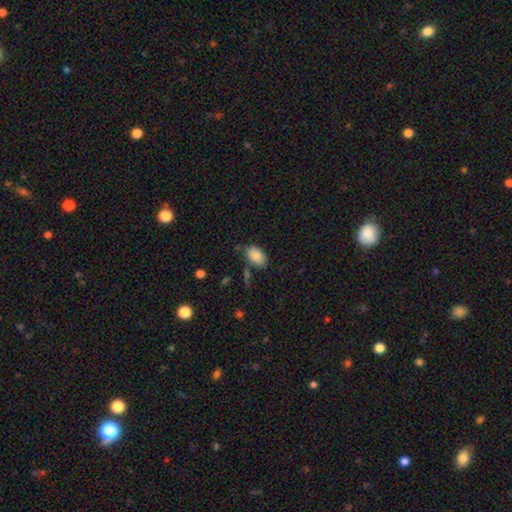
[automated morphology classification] This is clearly a smooth galaxy (86%). How rounded: clearly in between (90%). Merging: likely none (72%).